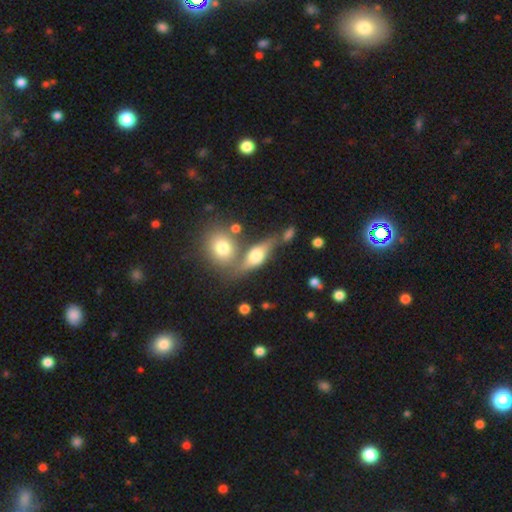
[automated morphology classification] Q: Smooth or featured?
A: smooth (49%); runner-up: featured or disk (41%)
Q: Merging?
A: none (44%); runner-up: merger (30%)